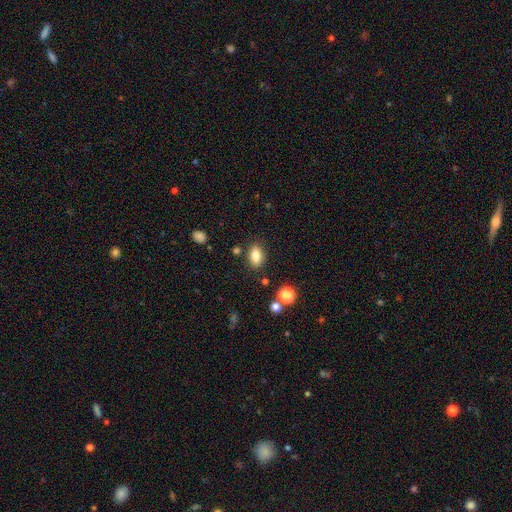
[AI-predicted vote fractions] smooth-or-featured: smooth: 81% | featured or disk: 9% | star or artifact: 9%
  how-rounded: in between: 87% | round: 8% | cigar-shaped: 5%
  merging: none: 82% | minor disturbance: 11% | merger: 4% | major disturbance: 3%